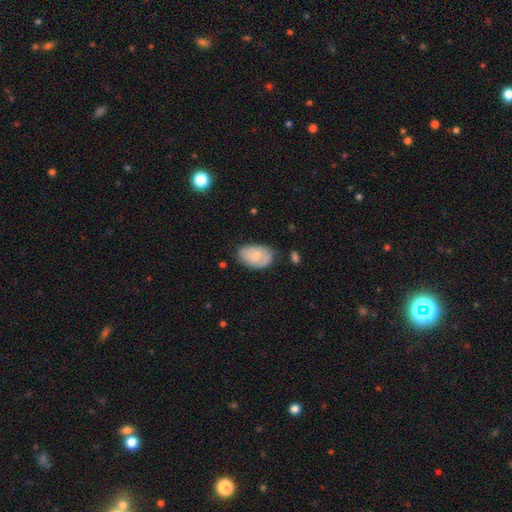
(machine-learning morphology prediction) smooth 71%, featured or disk 23%, star or artifact 6%. Down the decision tree: how rounded — in between (90%); merging — none (70%).